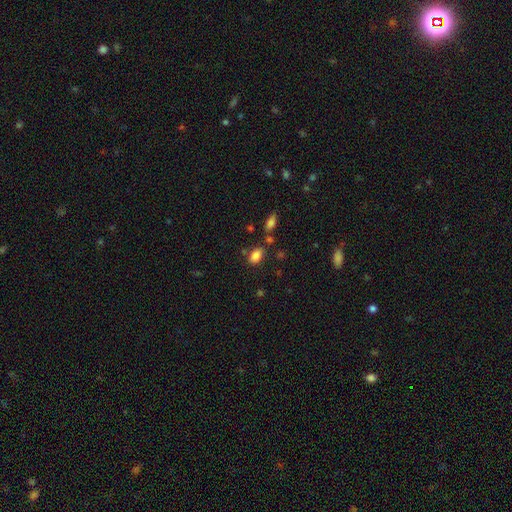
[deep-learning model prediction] This appears to be a smooth galaxy with no disk features (84%) that is in between round and cigar-shaped (86%). Merging: none (73%).